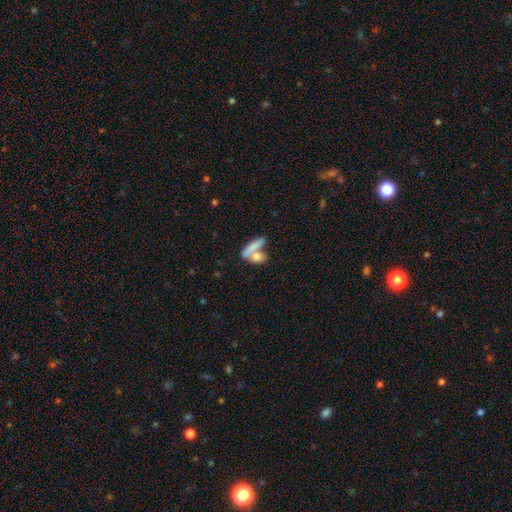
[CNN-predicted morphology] Smooth or featured? smooth (71%)
How rounded? in between (49%)
Merging? merger (51%)